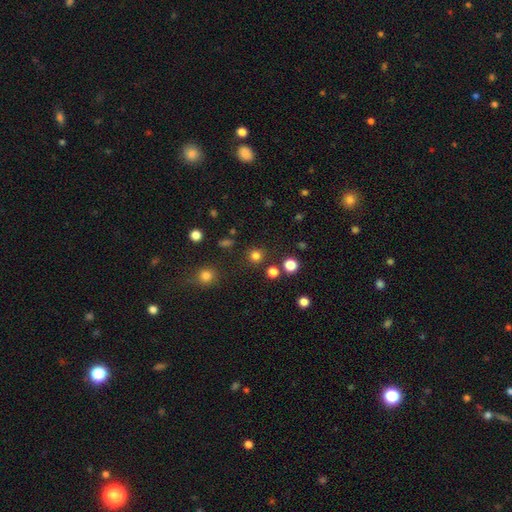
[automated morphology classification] smooth 79%, star or artifact 16%, featured or disk 4%. Down the decision tree: how rounded — round (94%); merging — none (88%).